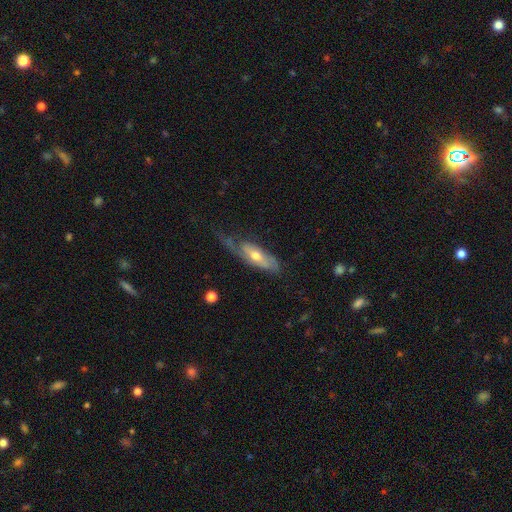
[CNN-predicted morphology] This appears to be a featured or disk galaxy (64%). Merging: none (38%).